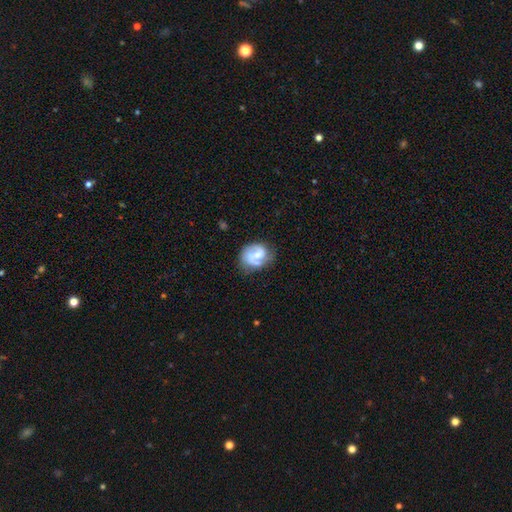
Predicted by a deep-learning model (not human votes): Morphology: type=featured or disk (67%); edge-on=no (98%); bar=no (49%); spiral arms=yes (84%); winding=medium (46%); arm count=2 (71%); bulge=moderate (42%); merging=none (58%).